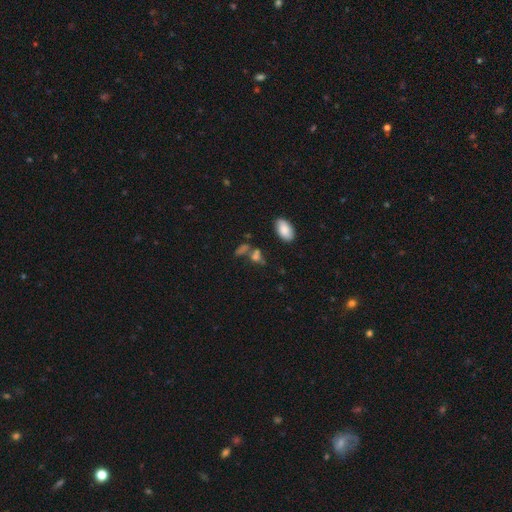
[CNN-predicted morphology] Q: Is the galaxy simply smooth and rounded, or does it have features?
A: smooth — 66%.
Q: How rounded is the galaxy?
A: in between — 66%.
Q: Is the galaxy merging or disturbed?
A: none — 44%.